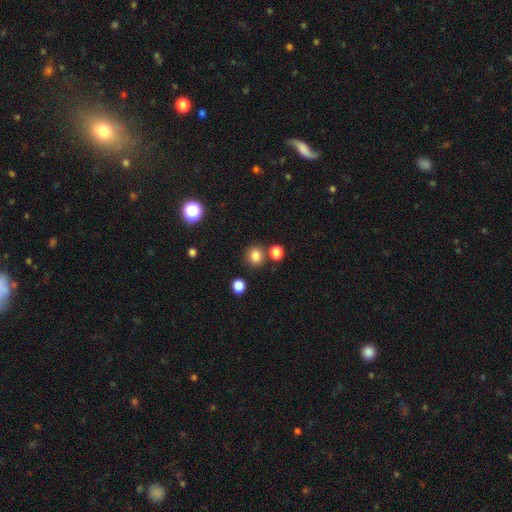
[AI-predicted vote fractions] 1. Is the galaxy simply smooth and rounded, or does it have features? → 82% smooth, 13% star or artifact, 5% featured or disk.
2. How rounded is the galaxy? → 79% round, 20% in between, 1% cigar-shaped.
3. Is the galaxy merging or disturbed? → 77% none, 11% merger, 9% minor disturbance, 3% major disturbance.